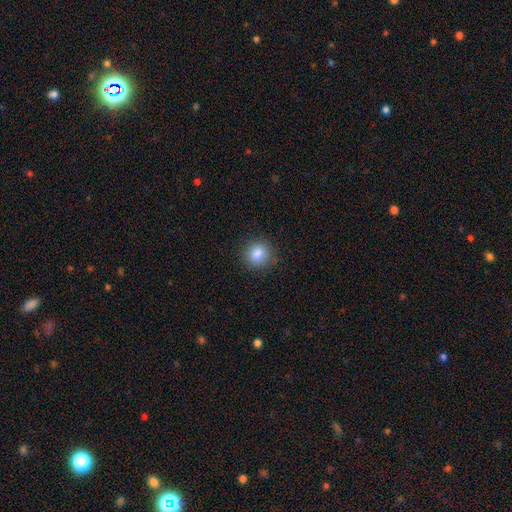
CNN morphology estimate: Overall: smooth (86%). How rounded: round (89%). Merging: none (88%).